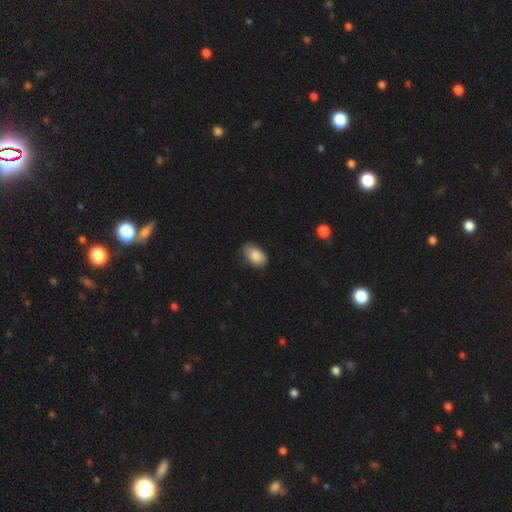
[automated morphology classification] This appears to be a smooth galaxy with no disk features (84%) that is in between round and cigar-shaped (92%). Merging: none (67%).